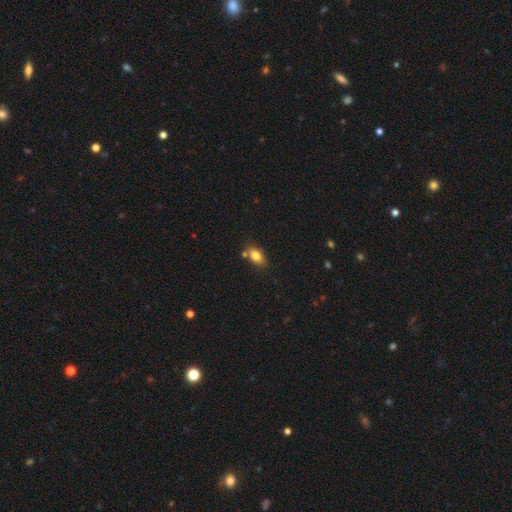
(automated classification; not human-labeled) A smooth galaxy with no disk features (80%) that is in between round and cigar-shaped (84%). Merging: none (70%).